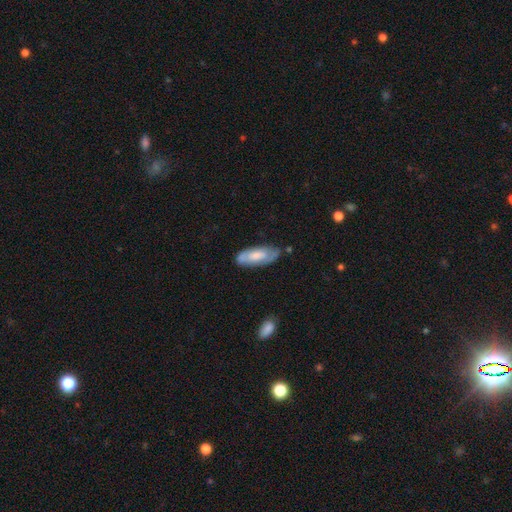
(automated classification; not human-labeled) The model was most divided on "smooth or featured": smooth: 58%, featured or disk: 36%, star or artifact: 6%. More confident: how rounded — in between (73%); merging — none (69%).